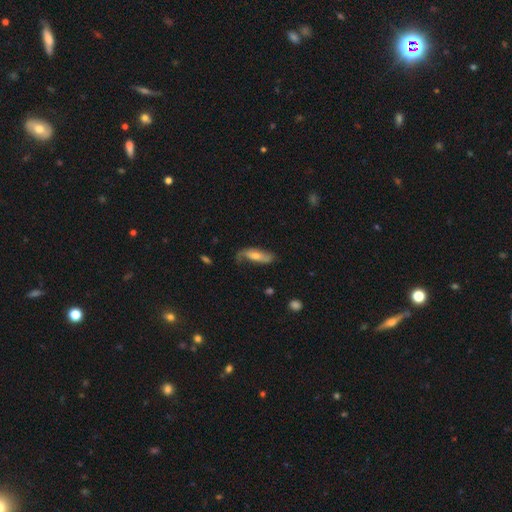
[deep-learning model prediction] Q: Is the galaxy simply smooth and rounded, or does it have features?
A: smooth — 47%.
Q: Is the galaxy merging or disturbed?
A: none — 53%.